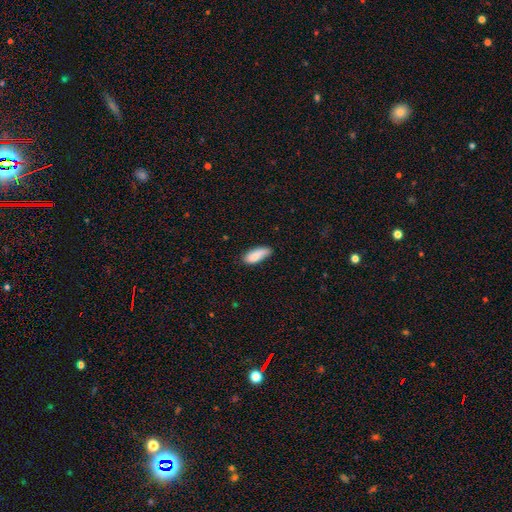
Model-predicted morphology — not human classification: This appears to be a smooth galaxy with no disk features (81%) that is in between round and cigar-shaped (79%). Merging: none (65%).